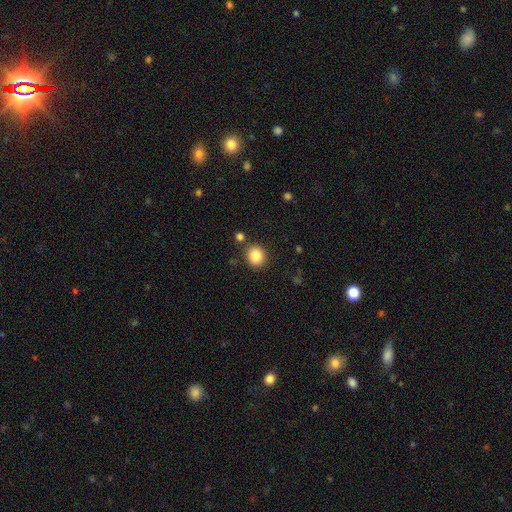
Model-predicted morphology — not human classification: A smooth galaxy with no disk features (86%) that is round (79%). Merging: none (84%).